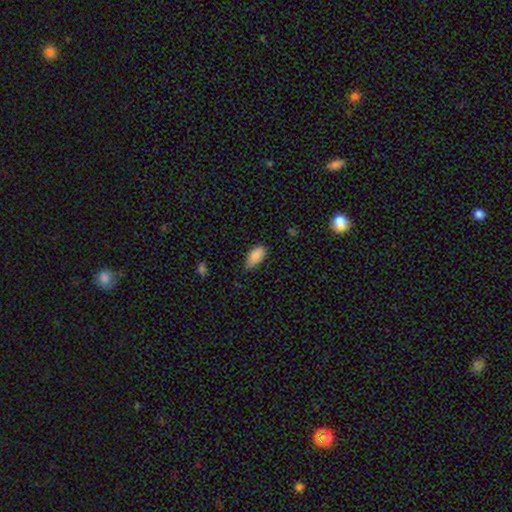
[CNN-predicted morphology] This is clearly a smooth galaxy (87%). How rounded: clearly in between (92%). Merging: possibly none (59%).